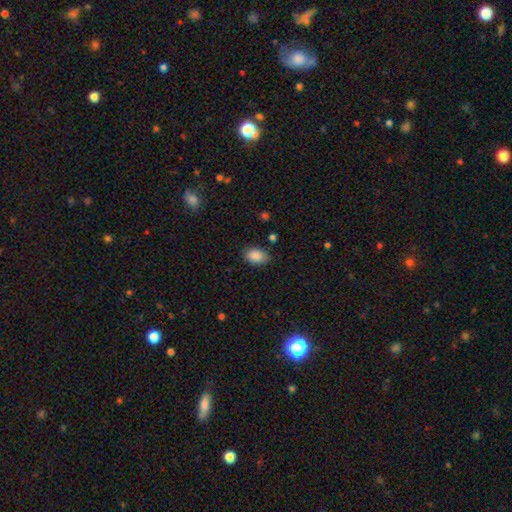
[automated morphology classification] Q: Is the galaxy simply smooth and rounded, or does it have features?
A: smooth — 88%.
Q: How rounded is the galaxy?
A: in between — 88%.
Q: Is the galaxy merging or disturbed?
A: none — 85%.